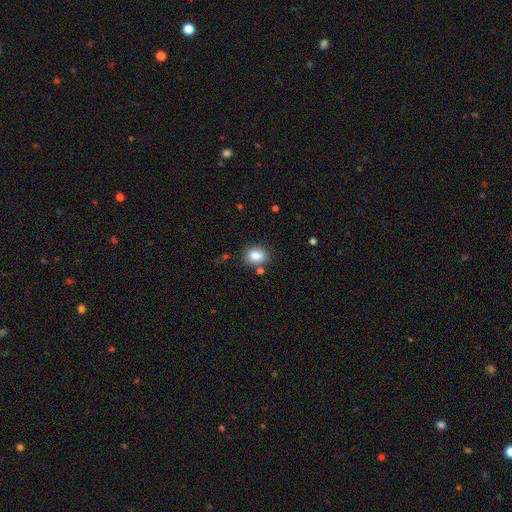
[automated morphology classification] Smooth or featured? smooth (86%)
How rounded? in between (55%)
Merging? none (78%)